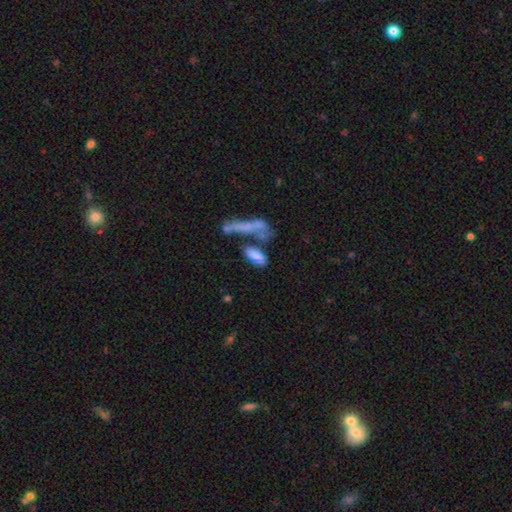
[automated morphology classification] smooth-or-featured: smooth: 77% | featured or disk: 14% | star or artifact: 9%
  how-rounded: in between: 67% | cigar-shaped: 31% | round: 3%
  merging: none: 38% | merger: 35% | minor disturbance: 15% | major disturbance: 11%